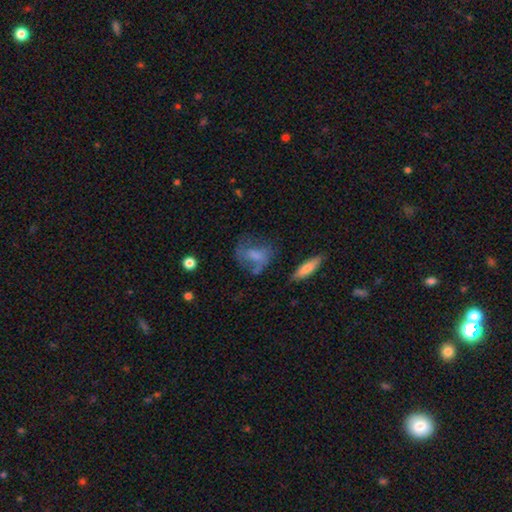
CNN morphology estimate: smooth 53%, featured or disk 37%, star or artifact 10%. Down the decision tree: how rounded — in between (63%); merging — none (42%).